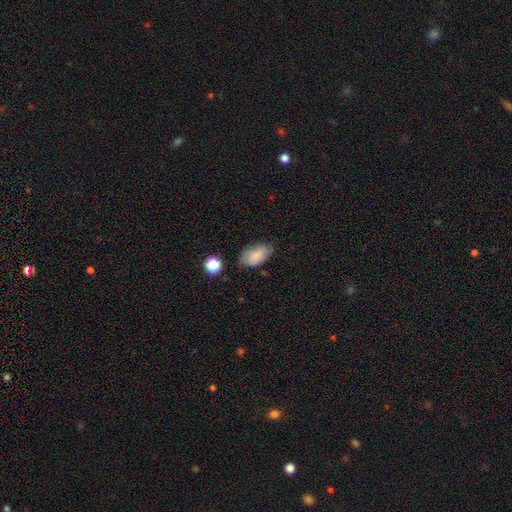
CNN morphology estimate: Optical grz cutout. It shows a smooth galaxy with no disk features (77%) that is in between round and cigar-shaped (93%). Merging: none (71%).